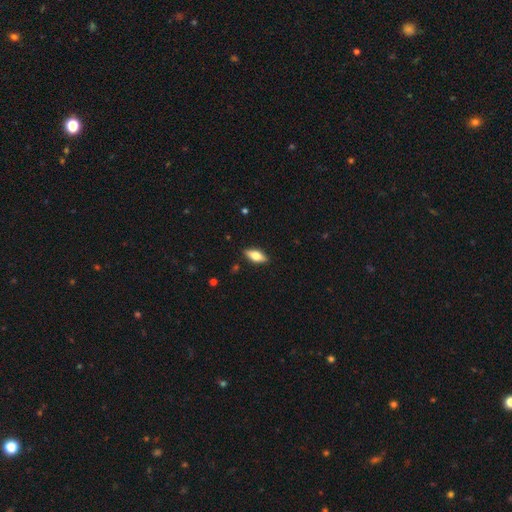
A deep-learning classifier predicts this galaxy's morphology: Smooth or featured: smooth — 63% (featured or disk — 30%)
How rounded: in between — 79% (cigar-shaped — 18%)
Merging: none — 88% (minor disturbance — 9%)